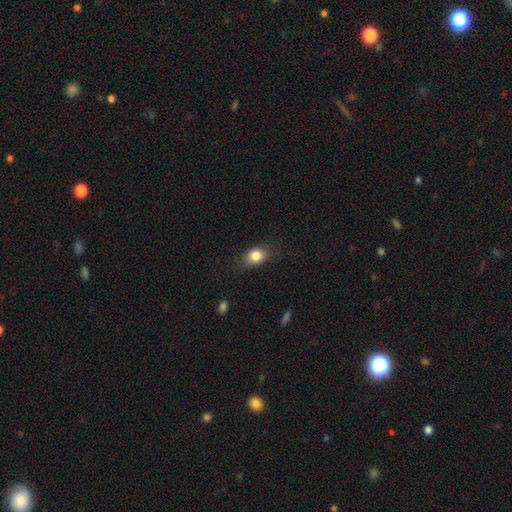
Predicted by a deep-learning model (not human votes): Morphology: type=smooth (83%); roundness=in between (64%); merging=none (77%).